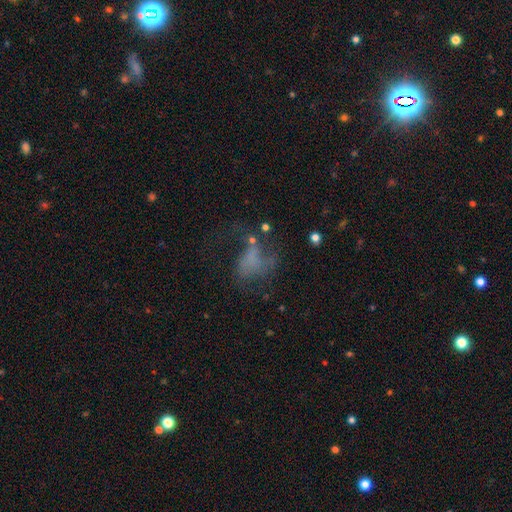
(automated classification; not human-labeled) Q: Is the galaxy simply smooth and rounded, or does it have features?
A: featured or disk — 41%.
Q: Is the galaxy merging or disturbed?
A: major disturbance — 42%.